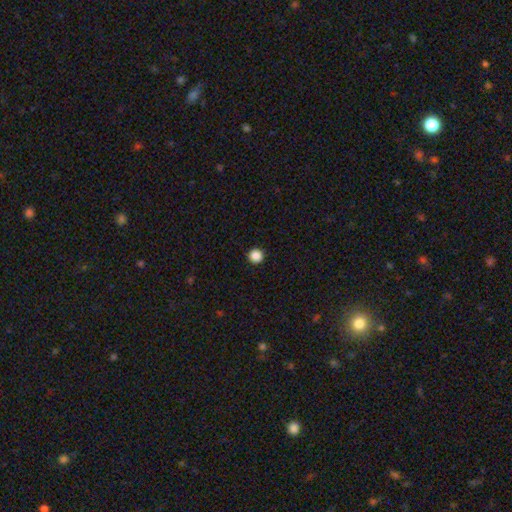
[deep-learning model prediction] A smooth galaxy with no disk features (87%) that is round (97%).

Vote fractions:
- Smooth or featured? smooth: 87% / star or artifact: 10% / featured or disk: 3%
- How rounded? round: 97% / in between: 2% / cigar-shaped: 1%
- Merging? none: 94% / minor disturbance: 4% / major disturbance: 1% / merger: 1%